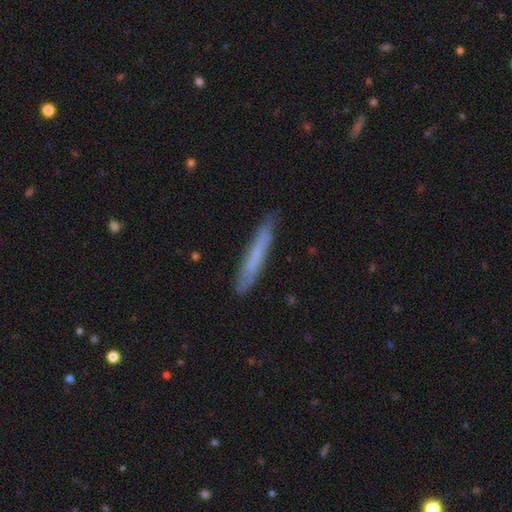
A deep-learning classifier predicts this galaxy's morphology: smooth_or_featured: smooth (p=0.59) [alt: featured or disk p=0.35]
how_rounded: cigar-shaped (p=0.95) [alt: in between p=0.04]
merging: none (p=0.82) [alt: minor disturbance p=0.14]